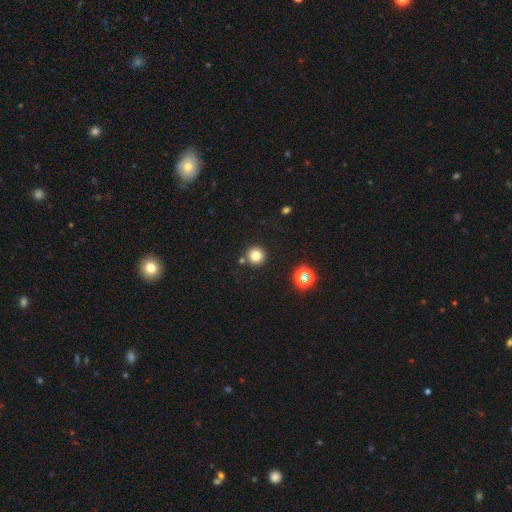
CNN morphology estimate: smooth-or-featured: smooth: 78% | star or artifact: 15% | featured or disk: 7%
  how-rounded: round: 95% | in between: 4% | cigar-shaped: 1%
  merging: none: 85% | merger: 7% | minor disturbance: 6% | major disturbance: 2%